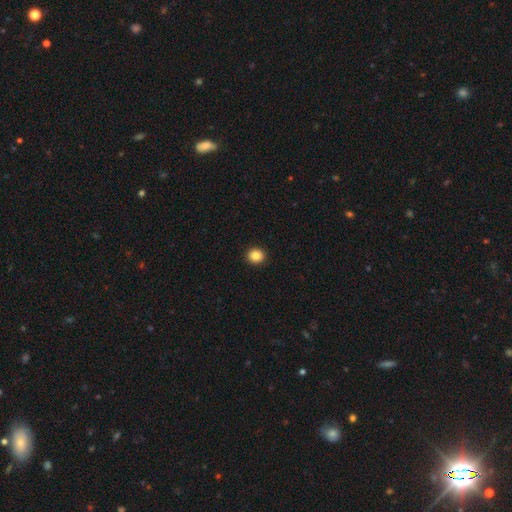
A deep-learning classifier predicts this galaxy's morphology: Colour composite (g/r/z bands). It shows a smooth galaxy with no disk features (87%) that is round (86%). Merging: none (93%).